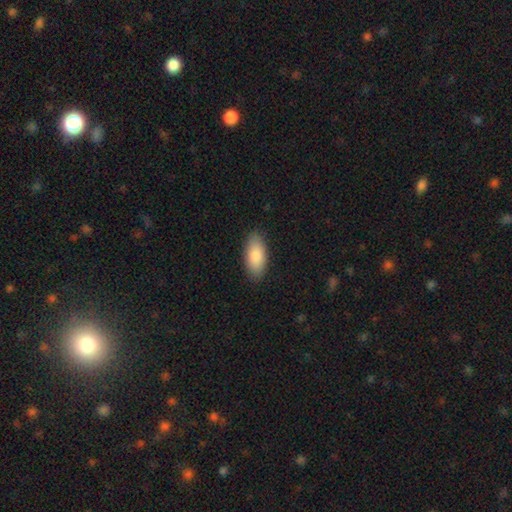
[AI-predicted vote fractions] Smooth or featured?
  - smooth: 85% *
  - featured or disk: 9%
  - star or artifact: 6%
How rounded?
  - in between: 89% *
  - cigar-shaped: 9%
  - round: 2%
Merging?
  - none: 88% *
  - minor disturbance: 9%
  - major disturbance: 2%
  - merger: 1%